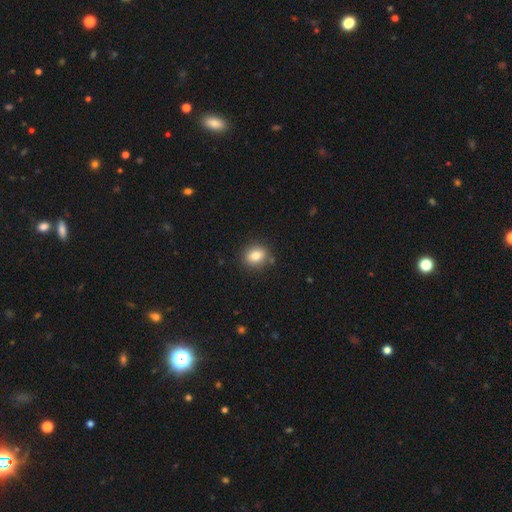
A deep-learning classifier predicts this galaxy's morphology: Smooth or featured?
  - smooth: 82% *
  - star or artifact: 10%
  - featured or disk: 8%
How rounded?
  - round: 59% *
  - in between: 40%
  - cigar-shaped: 1%
Merging?
  - none: 86% *
  - minor disturbance: 10%
  - major disturbance: 2%
  - merger: 2%